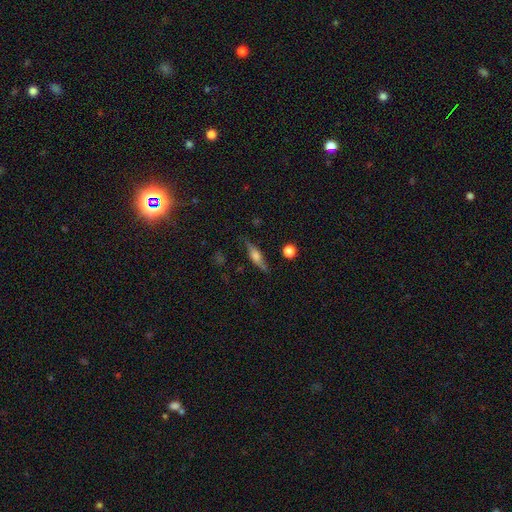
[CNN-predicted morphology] A featured or disk galaxy (54%) viewed edge-on (92%).

Vote fractions:
- Smooth or featured? featured or disk: 54% / smooth: 38% / star or artifact: 8%
- Edge-on disk? yes: 92% / no: 8%
- Merging? none: 79% / minor disturbance: 15% / major disturbance: 4% / merger: 2%